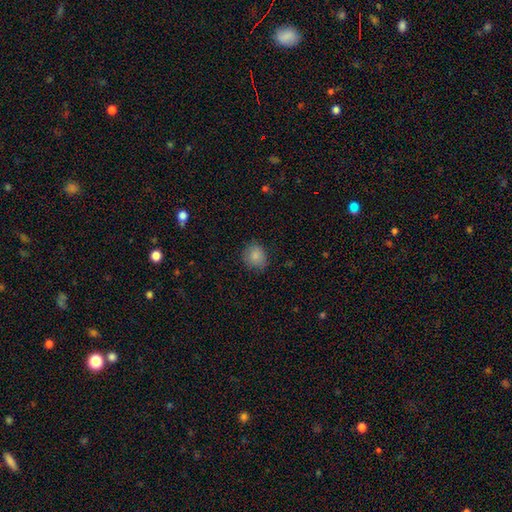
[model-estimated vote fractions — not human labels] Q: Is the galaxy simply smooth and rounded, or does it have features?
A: smooth — 85%.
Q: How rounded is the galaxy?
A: round — 75%.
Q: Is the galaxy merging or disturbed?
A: none — 79%.